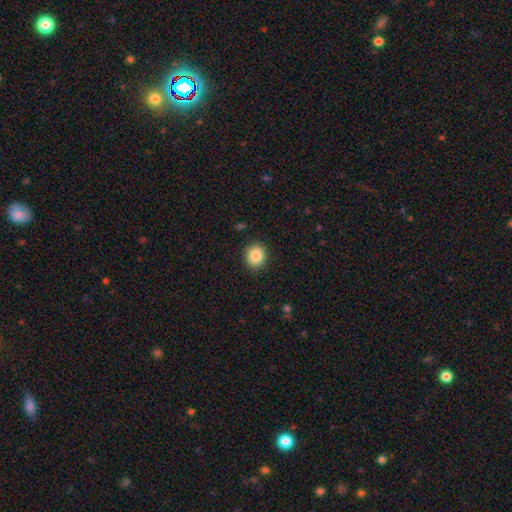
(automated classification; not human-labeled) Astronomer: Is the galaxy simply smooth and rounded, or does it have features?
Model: smooth — 87%.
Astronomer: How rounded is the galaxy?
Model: round — 73%.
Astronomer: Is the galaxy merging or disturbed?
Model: none — 89%.